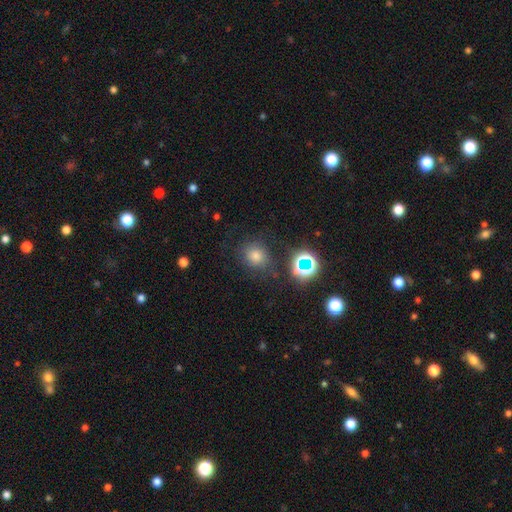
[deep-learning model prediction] Morphology: type=smooth (67%); roundness=round (81%); merging=none (78%).